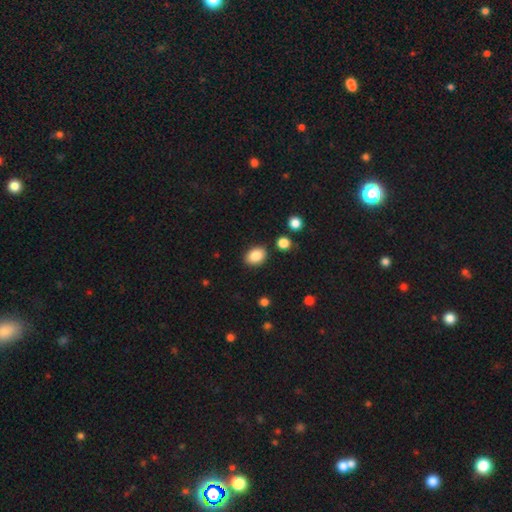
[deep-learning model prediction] The model was most divided on "how rounded": in between: 71%, round: 28%, cigar-shaped: 1%. More confident: smooth or featured — smooth (87%); merging — none (85%).